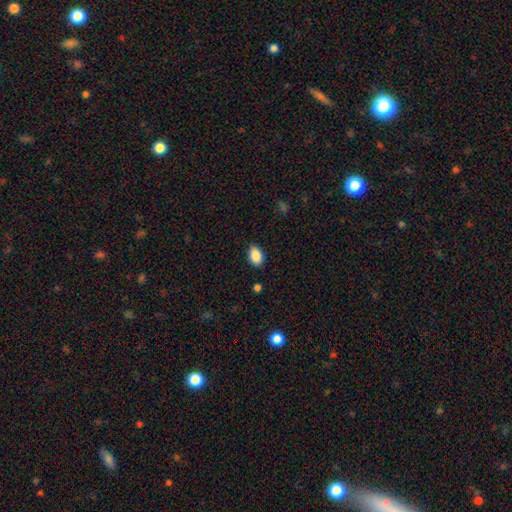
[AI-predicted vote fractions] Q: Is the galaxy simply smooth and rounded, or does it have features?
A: smooth — 88%.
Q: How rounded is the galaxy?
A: in between — 88%.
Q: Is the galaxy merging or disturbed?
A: none — 86%.